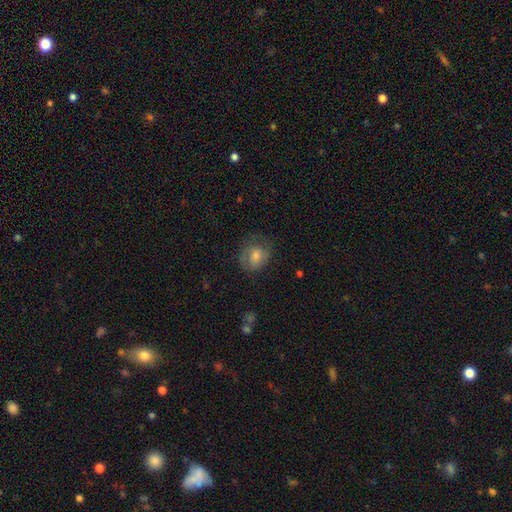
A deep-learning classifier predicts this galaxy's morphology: The model was most divided on "how rounded": round: 55%, in between: 43%, cigar-shaped: 1%. More confident: merging — none (66%); smooth or featured — smooth (54%).